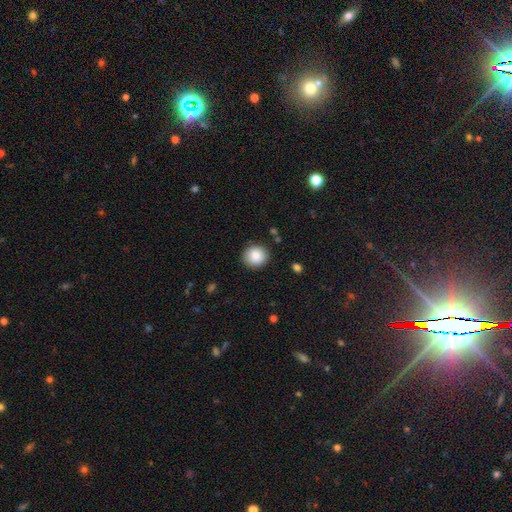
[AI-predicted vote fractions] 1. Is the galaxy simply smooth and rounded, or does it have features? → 86% smooth, 8% star or artifact, 5% featured or disk.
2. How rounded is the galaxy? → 86% round, 13% in between, 1% cigar-shaped.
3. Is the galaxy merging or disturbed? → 89% none, 8% minor disturbance, 2% major disturbance, 1% merger.